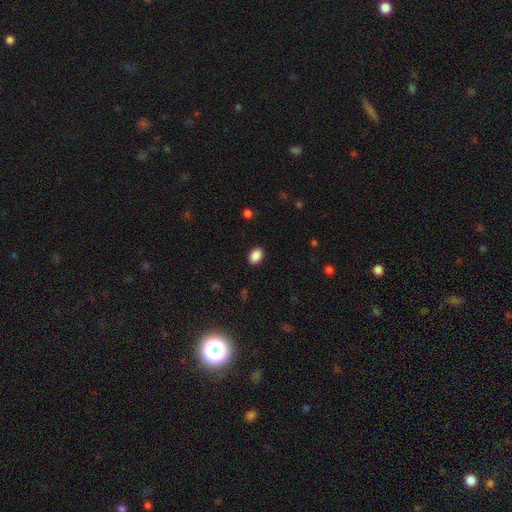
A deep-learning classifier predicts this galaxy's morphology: The model was most divided on "how rounded": in between: 80%, round: 19%, cigar-shaped: 1%. More confident: merging — none (90%); smooth or featured — smooth (89%).